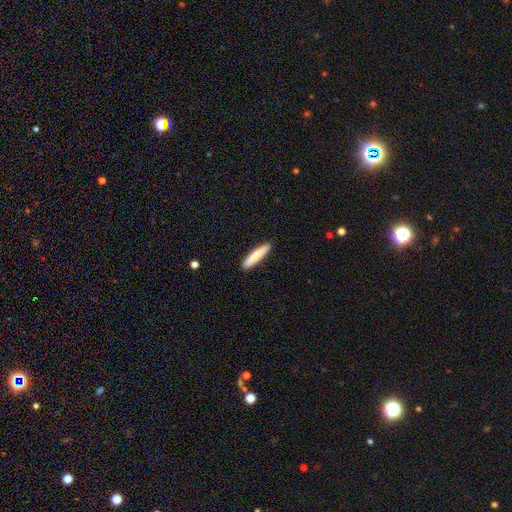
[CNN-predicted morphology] smooth-or-featured: smooth: 84% | featured or disk: 11% | star or artifact: 5%
  how-rounded: cigar-shaped: 87% | in between: 12% | round: 1%
  merging: none: 90% | minor disturbance: 8% | major disturbance: 1% | merger: 1%